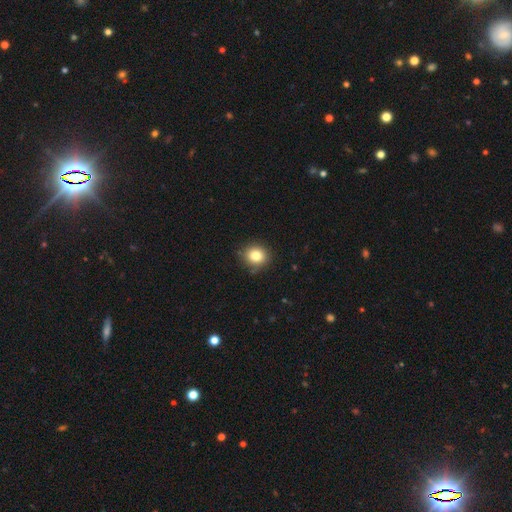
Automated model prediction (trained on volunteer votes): Smooth or featured? Predicted: smooth (p=0.82). How rounded? Predicted: round (p=0.84). Merging? Predicted: none (p=0.86).